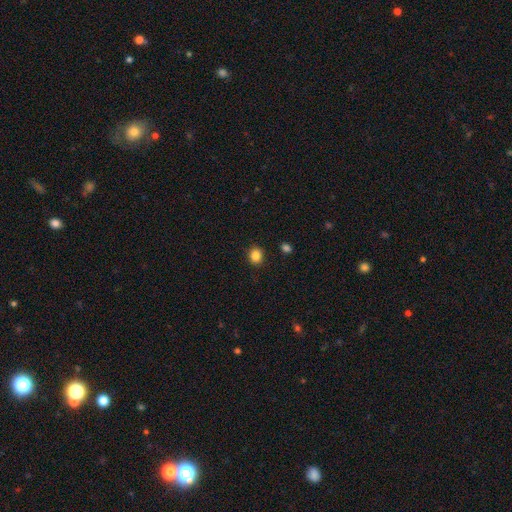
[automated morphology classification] smooth-or-featured: smooth: 85% | star or artifact: 11% | featured or disk: 4%
  how-rounded: round: 76% | in between: 23% | cigar-shaped: 1%
  merging: none: 90% | minor disturbance: 7% | major disturbance: 2% | merger: 2%